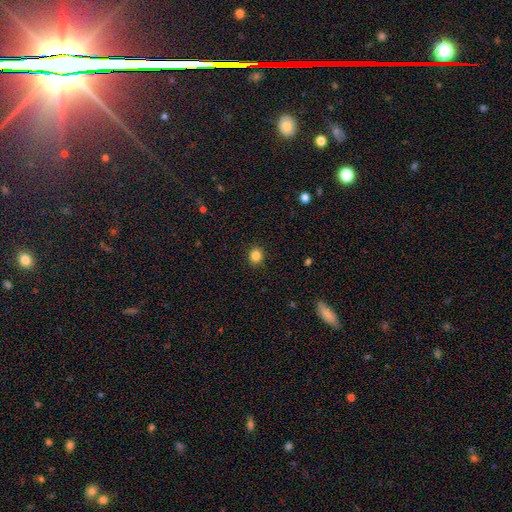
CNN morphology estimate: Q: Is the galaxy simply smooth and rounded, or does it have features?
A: smooth — 84%.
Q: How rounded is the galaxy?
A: round — 79%.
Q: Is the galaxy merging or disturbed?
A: none — 91%.